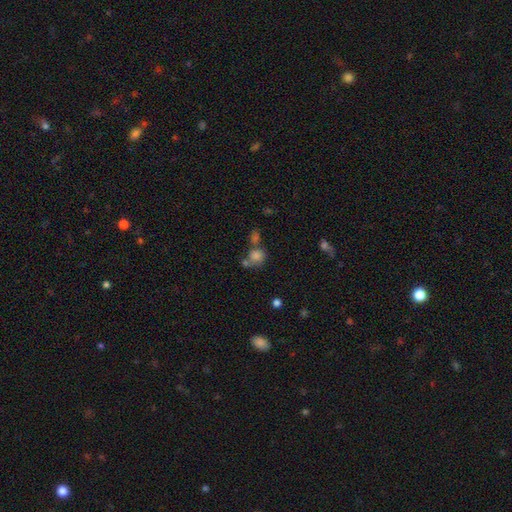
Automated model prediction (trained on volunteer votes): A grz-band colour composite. It shows a smooth galaxy with no disk features (74%) that is round (74%). Merging: none (47%).